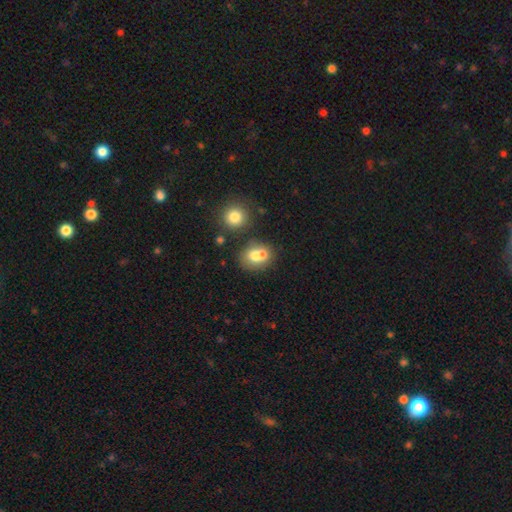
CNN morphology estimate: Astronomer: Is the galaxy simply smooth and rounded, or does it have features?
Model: smooth — 69%.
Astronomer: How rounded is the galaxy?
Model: round — 60% (runner-up: in between, 39%).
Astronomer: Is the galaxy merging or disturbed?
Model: merger — 50% (runner-up: none, 36%).